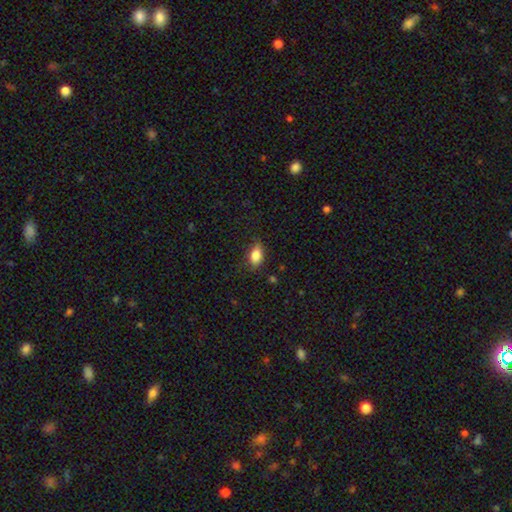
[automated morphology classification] smooth-or-featured: smooth: 83% | star or artifact: 9% | featured or disk: 8%
  how-rounded: in between: 85% | round: 11% | cigar-shaped: 4%
  merging: none: 71% | minor disturbance: 22% | major disturbance: 5% | merger: 2%